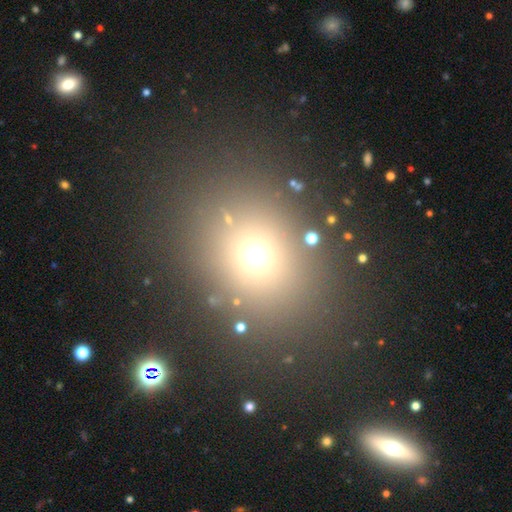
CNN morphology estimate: This appears to be a smooth galaxy with no disk features (64%) that is round (66%). Merging: none (83%).